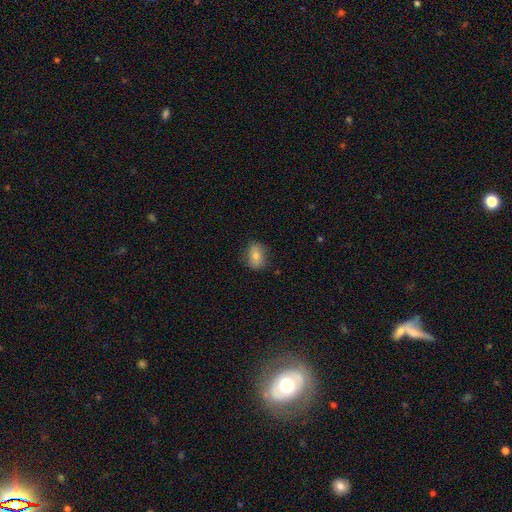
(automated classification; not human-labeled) A smooth galaxy with no disk features (73%) that is in between round and cigar-shaped (70%). Merging: none (79%).